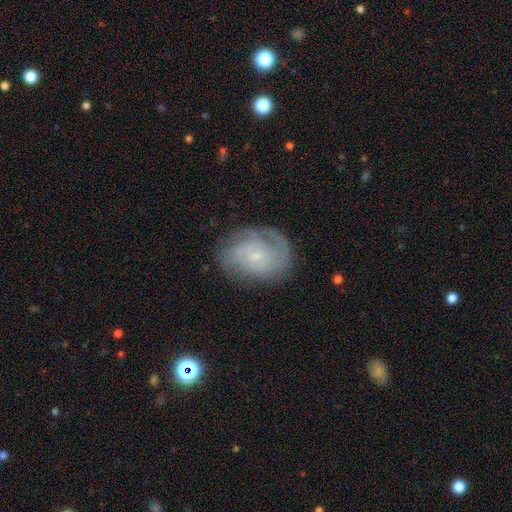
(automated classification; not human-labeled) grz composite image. It shows a featured or disk galaxy (73%) with no bar (61%), tight (61%) spiral arms (89%) and a small central bulge (78%). Merging: none (70%).